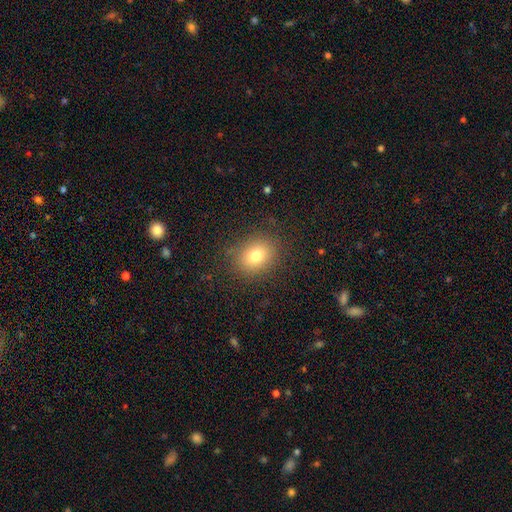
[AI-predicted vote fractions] A smooth galaxy with no disk features (76%) that is round (55%).

Vote fractions:
- Smooth or featured? smooth: 76% / star or artifact: 13% / featured or disk: 11%
- How rounded? round: 55% / in between: 44% / cigar-shaped: 1%
- Merging? none: 84% / minor disturbance: 11% / major disturbance: 5% / merger: 1%